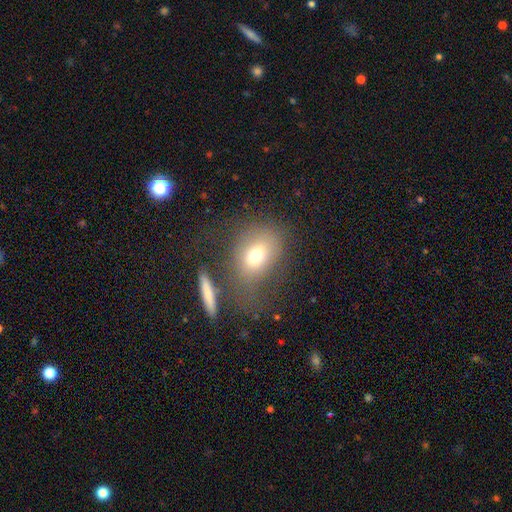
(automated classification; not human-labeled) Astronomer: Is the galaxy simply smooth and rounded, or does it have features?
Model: smooth — 70%.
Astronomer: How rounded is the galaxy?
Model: in between — 54% (runner-up: round, 44%).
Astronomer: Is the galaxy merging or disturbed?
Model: none — 55%.